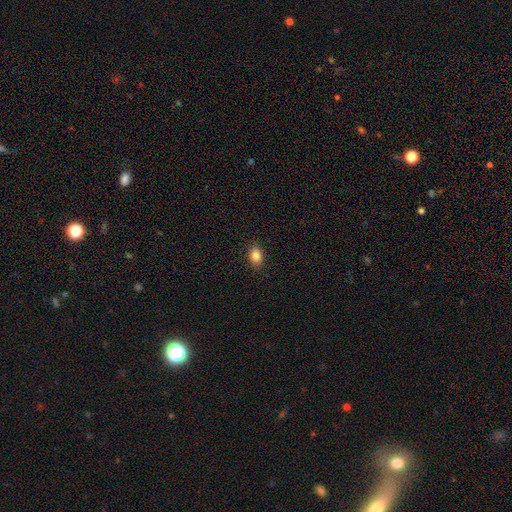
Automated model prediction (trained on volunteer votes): smooth_or_featured: smooth (p=0.84) [alt: star or artifact p=0.09]
how_rounded: in between (p=0.73) [alt: round p=0.26]
merging: none (p=0.89) [alt: minor disturbance p=0.08]